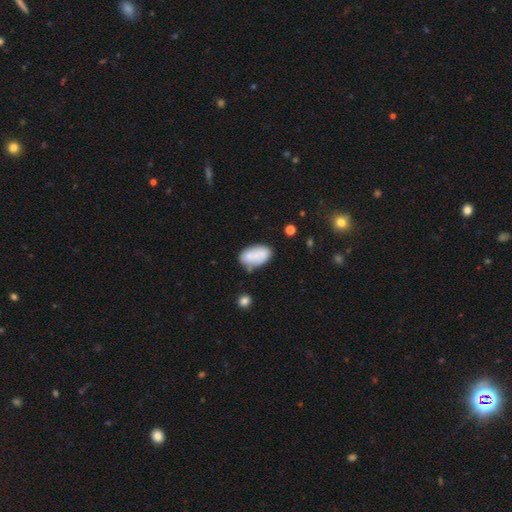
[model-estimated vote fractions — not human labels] smooth_or_featured: smooth (p=0.74) [alt: featured or disk p=0.18]
how_rounded: in between (p=0.93) [alt: round p=0.06]
merging: none (p=0.53) [alt: minor disturbance p=0.23]